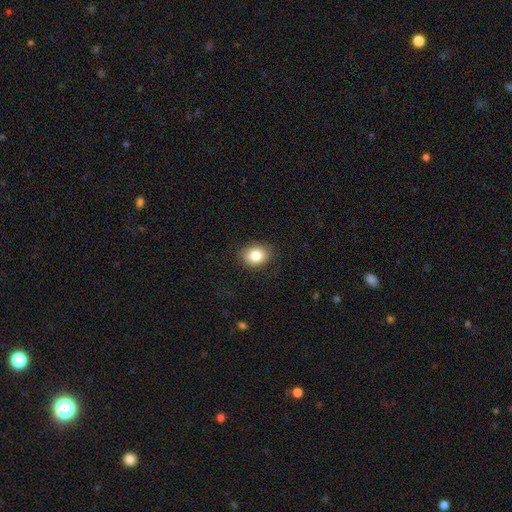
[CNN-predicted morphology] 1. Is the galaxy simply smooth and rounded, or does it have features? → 84% smooth, 9% star or artifact, 7% featured or disk.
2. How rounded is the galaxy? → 52% in between, 47% round, 1% cigar-shaped.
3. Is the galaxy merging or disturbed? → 85% none, 11% minor disturbance, 3% major disturbance, 1% merger.